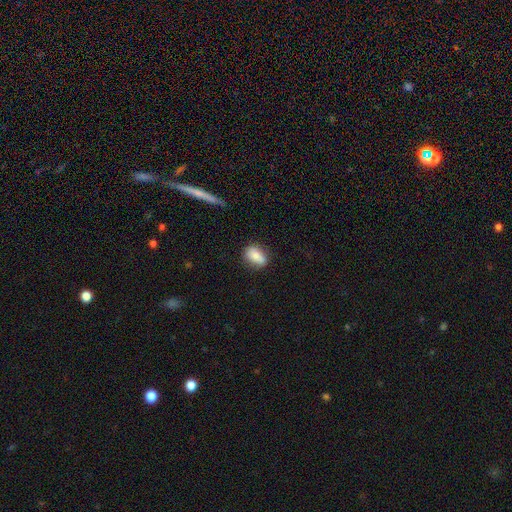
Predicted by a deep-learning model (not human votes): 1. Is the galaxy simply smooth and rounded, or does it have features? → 77% smooth, 15% featured or disk, 8% star or artifact.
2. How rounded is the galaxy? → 78% in between, 19% round, 3% cigar-shaped.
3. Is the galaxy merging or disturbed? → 75% none, 18% minor disturbance, 4% major disturbance, 2% merger.